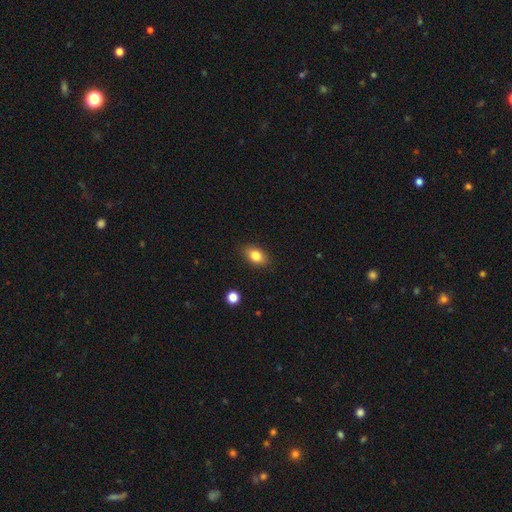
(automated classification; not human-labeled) Morphology: type=smooth (82%); roundness=in between (83%); merging=none (87%).